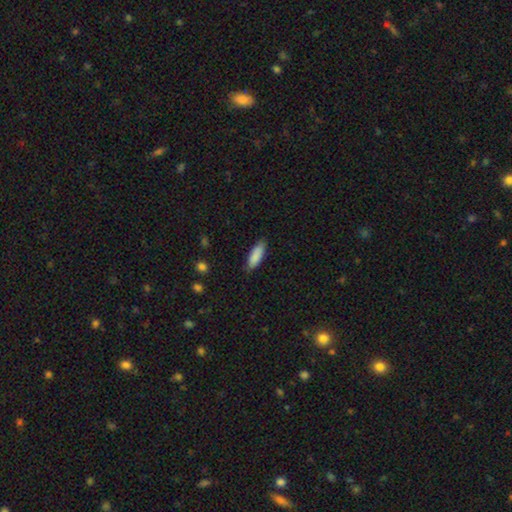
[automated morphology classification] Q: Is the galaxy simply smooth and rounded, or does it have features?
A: smooth — 87%.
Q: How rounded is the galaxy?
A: in between — 57%.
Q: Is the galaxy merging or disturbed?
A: none — 81%.